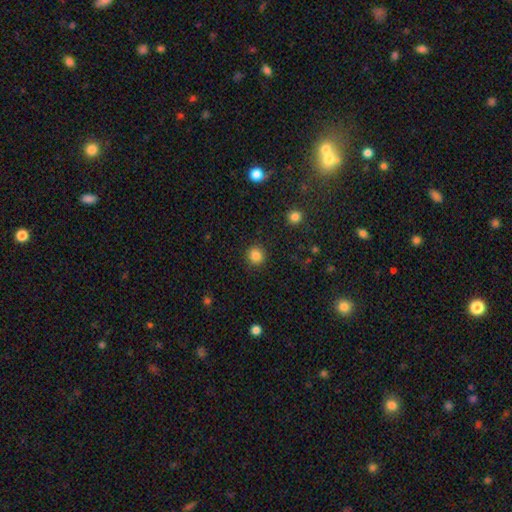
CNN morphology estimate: A smooth galaxy with no disk features (84%) that is round (90%). Merging: none (91%).